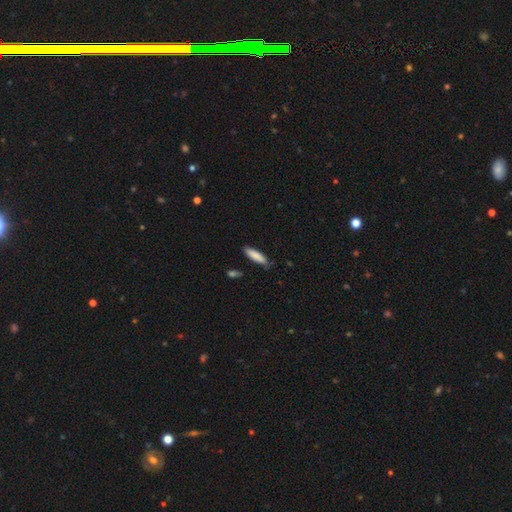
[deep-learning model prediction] Smooth or featured: smooth — 84% (featured or disk — 10%)
How rounded: cigar-shaped — 69% (in between — 30%)
Merging: none — 81% (minor disturbance — 15%)